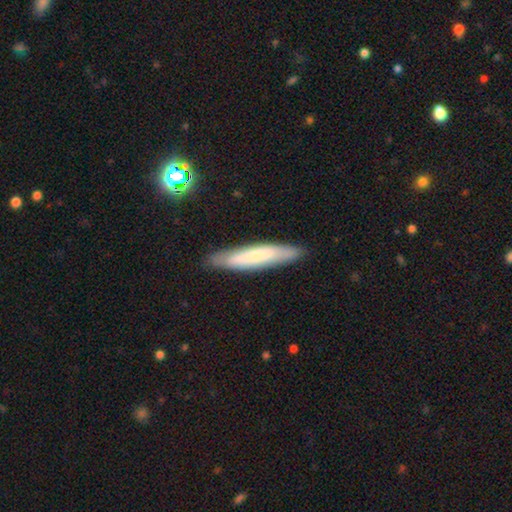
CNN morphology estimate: Q: Smooth or featured?
A: smooth (63%); runner-up: featured or disk (30%)
Q: How rounded?
A: cigar-shaped (89%); runner-up: in between (10%)
Q: Merging?
A: none (88%); runner-up: minor disturbance (9%)